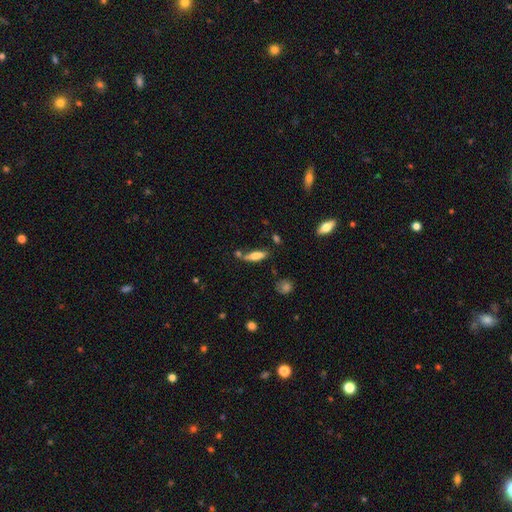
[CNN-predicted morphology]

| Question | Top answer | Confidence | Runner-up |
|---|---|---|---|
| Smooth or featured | smooth | 73% | featured or disk (19%) |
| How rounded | cigar-shaped | 58% | in between (40%) |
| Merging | none | 57% | minor disturbance (20%) |